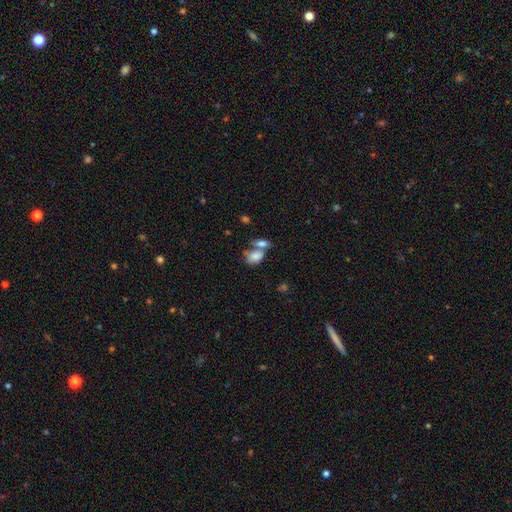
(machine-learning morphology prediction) type=smooth (79%); roundness=in between (85%); merging=merger (54%).